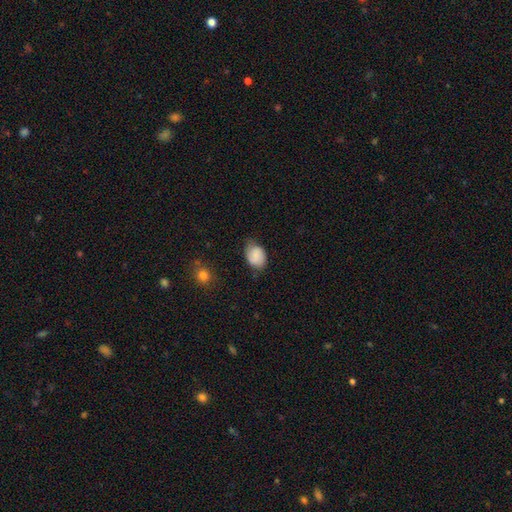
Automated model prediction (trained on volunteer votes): Morphology: type=smooth (76%); roundness=in between (75%); merging=none (62%).